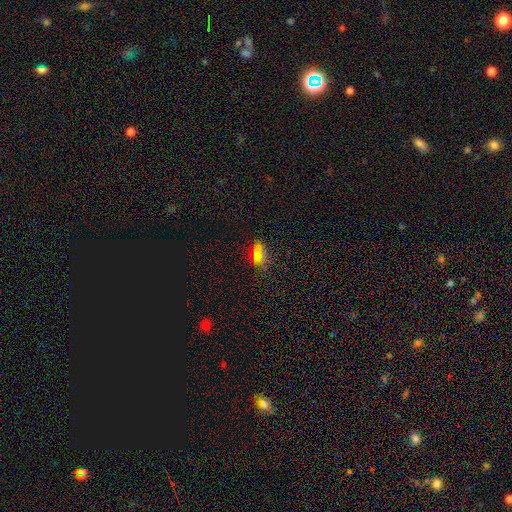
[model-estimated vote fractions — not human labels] Smooth or featured?
  - smooth: 54% *
  - star or artifact: 32%
  - featured or disk: 14%
How rounded?
  - in between: 73% *
  - round: 20%
  - cigar-shaped: 7%
Merging?
  - none: 62% *
  - minor disturbance: 19%
  - major disturbance: 11%
  - merger: 8%